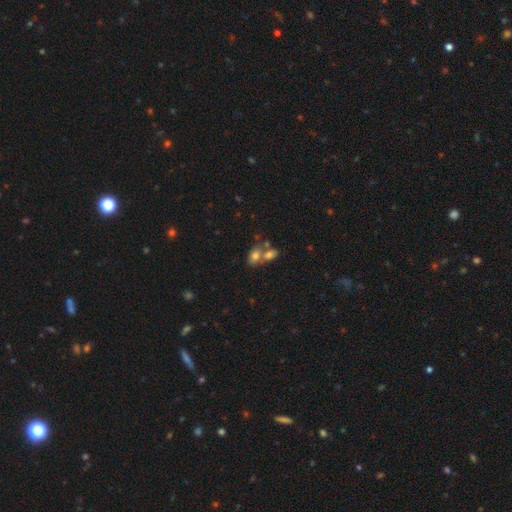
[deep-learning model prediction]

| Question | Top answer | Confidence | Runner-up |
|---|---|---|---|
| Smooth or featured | smooth | 74% | featured or disk (15%) |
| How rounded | in between | 76% | round (22%) |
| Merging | merger | 53% | none (33%) |